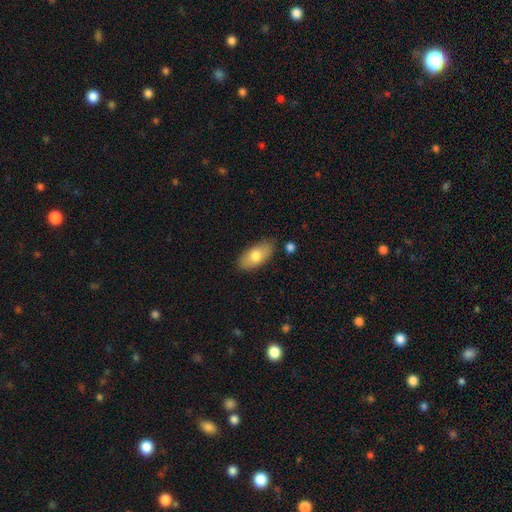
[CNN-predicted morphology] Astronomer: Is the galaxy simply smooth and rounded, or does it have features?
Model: smooth — 76%.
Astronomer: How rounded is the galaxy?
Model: in between — 91%.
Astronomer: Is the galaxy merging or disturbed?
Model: none — 81%.